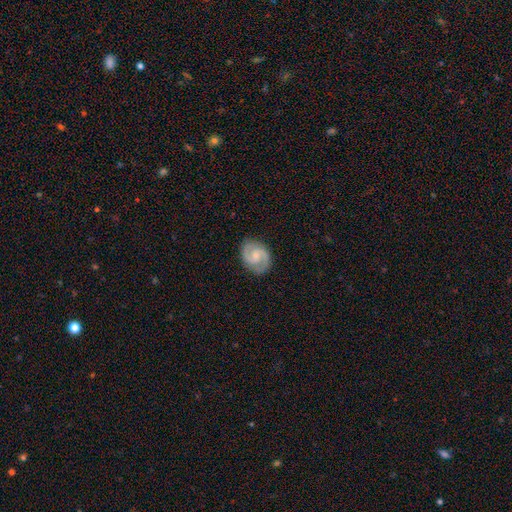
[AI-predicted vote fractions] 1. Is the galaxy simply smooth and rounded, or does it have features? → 85% featured or disk, 10% smooth, 5% star or artifact.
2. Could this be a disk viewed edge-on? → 98% no, 2% yes.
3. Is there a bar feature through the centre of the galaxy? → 47% weak, 45% no, 8% strong.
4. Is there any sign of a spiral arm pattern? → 97% yes, 3% no.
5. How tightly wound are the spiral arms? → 57% medium, 30% tight, 13% loose.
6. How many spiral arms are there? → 93% 2, 2% can't tell, 1% 1, 1% 3, 1% 4, 1% more than 4.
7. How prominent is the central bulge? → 52% small, 29% moderate, 16% none, 2% large, 1% dominant.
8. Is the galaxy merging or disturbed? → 86% none, 11% minor disturbance, 3% major disturbance, 1% merger.